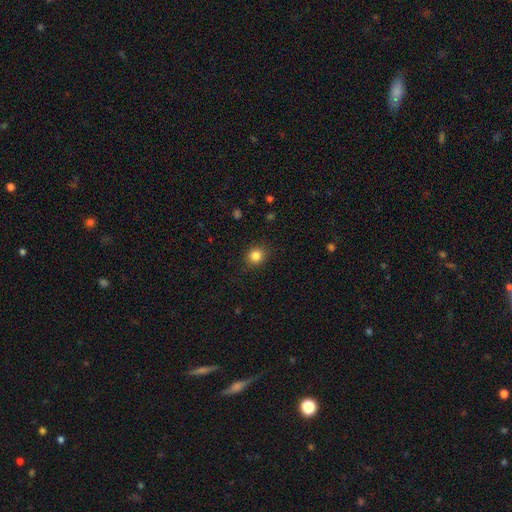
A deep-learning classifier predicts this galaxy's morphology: Q: Smooth or featured?
A: smooth (84%); runner-up: star or artifact (11%)
Q: How rounded?
A: round (80%); runner-up: in between (19%)
Q: Merging?
A: none (87%); runner-up: minor disturbance (9%)